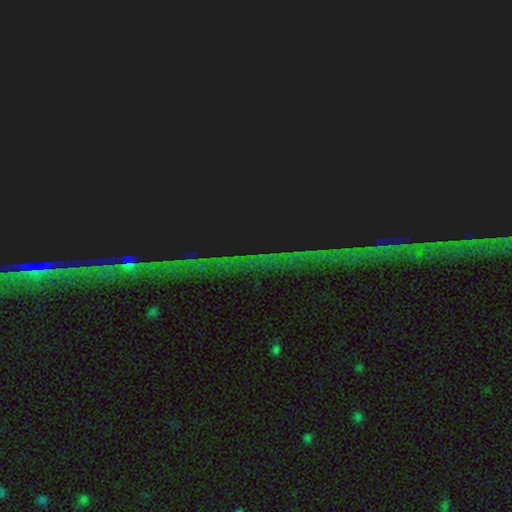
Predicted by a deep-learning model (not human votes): Overall: star or artifact (84%).